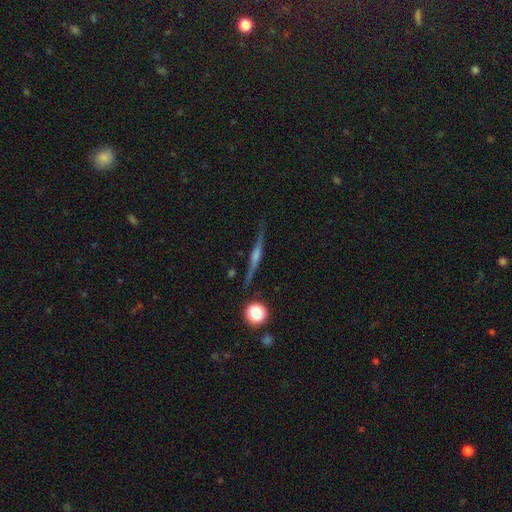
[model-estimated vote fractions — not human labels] smooth-or-featured: featured or disk: 73% | star or artifact: 14% | smooth: 13%
  disk-edge-on: yes: 96% | no: 4%
    edge-on-bulge: rounded: 81% | none: 10% | boxy: 9%
  merging: none: 87% | minor disturbance: 8% | merger: 3% | major disturbance: 2%